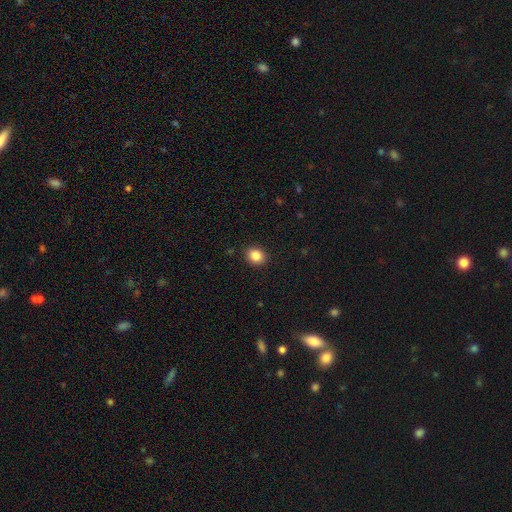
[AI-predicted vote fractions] A smooth galaxy with no disk features (86%) that is round (67%). Merging: none (90%).